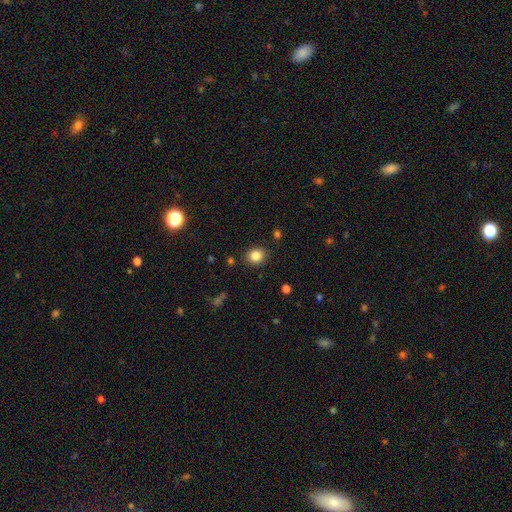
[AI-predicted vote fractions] Overall: smooth (84%). How rounded: round (71%). Merging: none (88%).